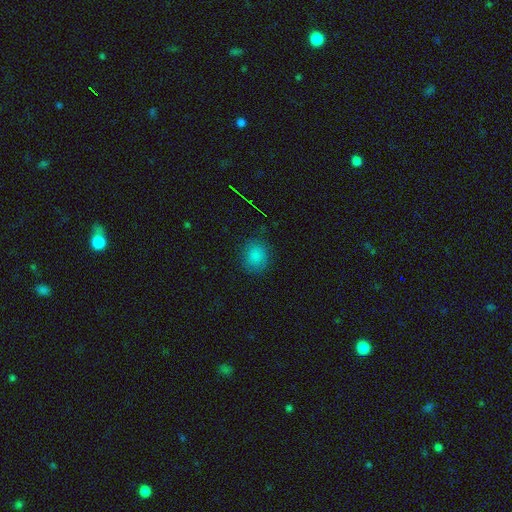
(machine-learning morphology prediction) Smooth or featured?
  - smooth: 81% *
  - star or artifact: 13%
  - featured or disk: 6%
How rounded?
  - round: 73% *
  - in between: 26%
  - cigar-shaped: 1%
Merging?
  - none: 82% *
  - minor disturbance: 14%
  - major disturbance: 3%
  - merger: 1%